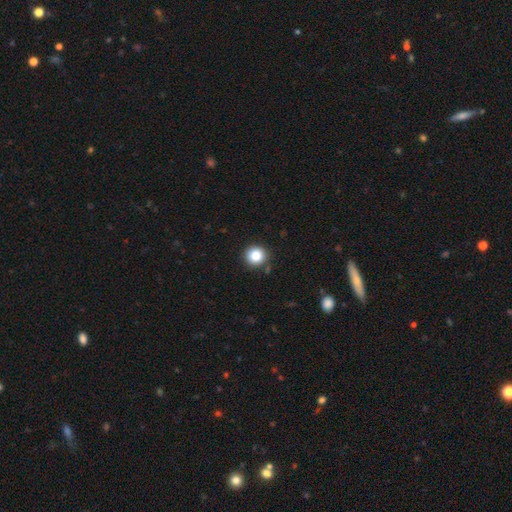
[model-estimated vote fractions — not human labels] This is clearly a smooth galaxy (85%). How rounded: clearly round (93%). Merging: clearly none (89%).